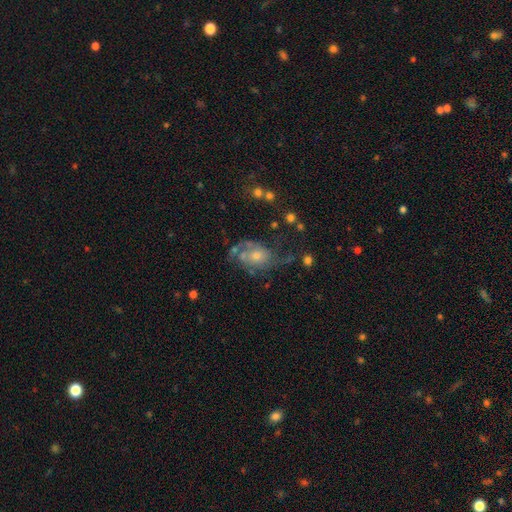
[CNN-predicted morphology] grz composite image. It shows a featured or disk galaxy (69%) with no bar (76%), 2 (57%) medium (42%) spiral arms (83%) and a moderate central bulge (50%). Merging: none (45%).